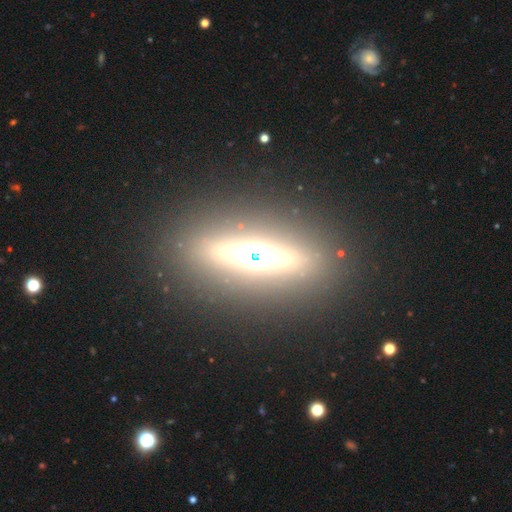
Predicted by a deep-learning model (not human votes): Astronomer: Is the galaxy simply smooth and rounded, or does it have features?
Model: featured or disk — 57%.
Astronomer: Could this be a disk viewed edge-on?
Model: yes — 86%.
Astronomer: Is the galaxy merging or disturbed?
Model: none — 85%.